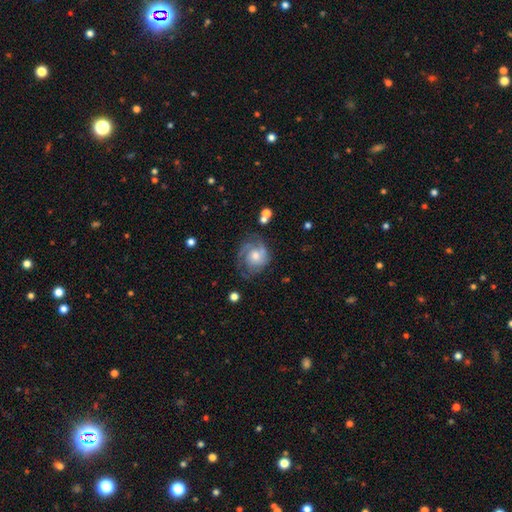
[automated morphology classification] This appears to be a featured or disk galaxy (71%) with no bar (76%), tight (51%) spiral arms (90%) and a moderate central bulge (60%). Merging: none (60%).